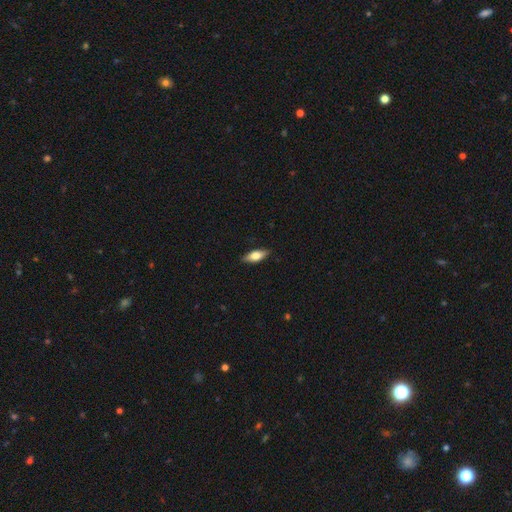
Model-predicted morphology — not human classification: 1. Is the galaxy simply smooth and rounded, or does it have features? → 62% smooth, 32% featured or disk, 6% star or artifact.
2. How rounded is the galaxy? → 69% in between, 28% cigar-shaped, 3% round.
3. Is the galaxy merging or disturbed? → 87% none, 10% minor disturbance, 2% major disturbance, 1% merger.